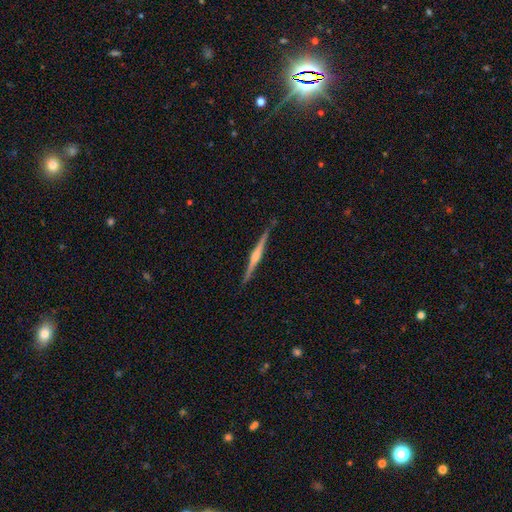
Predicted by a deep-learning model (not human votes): Overall: featured or disk (77%). Edge-on disk: yes (98%). Edge-on bulge: rounded (75%). Merging: none (90%).